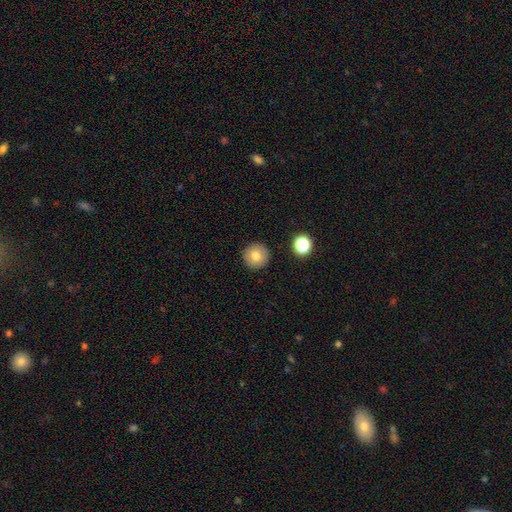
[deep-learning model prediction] smooth_or_featured: smooth (p=0.78) [alt: featured or disk p=0.11]
how_rounded: round (p=0.95) [alt: in between p=0.04]
merging: none (p=0.91) [alt: minor disturbance p=0.06]